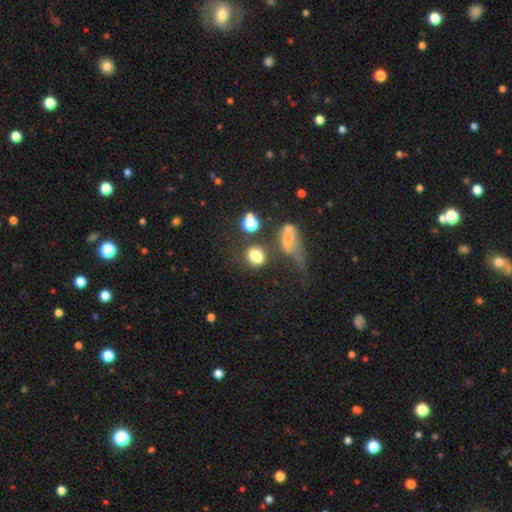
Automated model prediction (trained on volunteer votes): Q: Smooth or featured?
A: smooth (76%); runner-up: star or artifact (13%)
Q: How rounded?
A: round (57%); runner-up: in between (41%)
Q: Merging?
A: none (54%); runner-up: merger (18%)